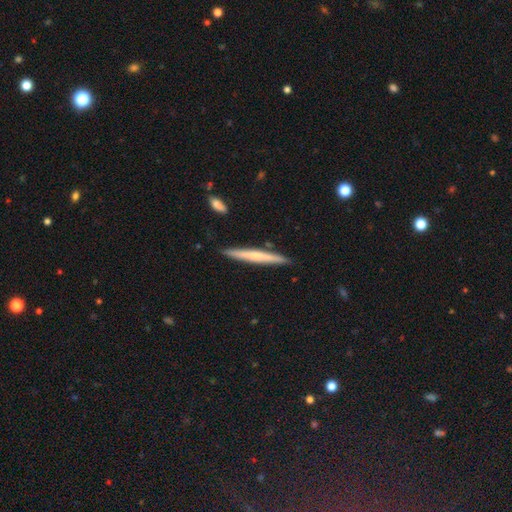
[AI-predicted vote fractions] smooth-or-featured: featured or disk: 54% | smooth: 36% | star or artifact: 10%
  disk-edge-on: yes: 96% | no: 4%
    edge-on-bulge: rounded: 47% | none: 45% | boxy: 8%
  merging: none: 88% | minor disturbance: 9% | major disturbance: 2% | merger: 1%